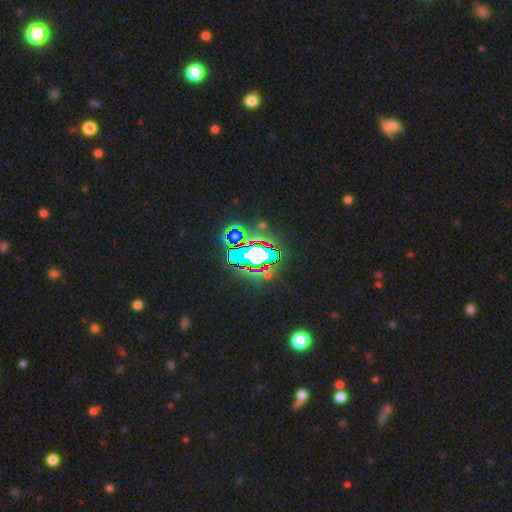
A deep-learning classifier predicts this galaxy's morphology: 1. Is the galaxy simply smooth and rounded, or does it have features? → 66% star or artifact, 17% featured or disk, 16% smooth.